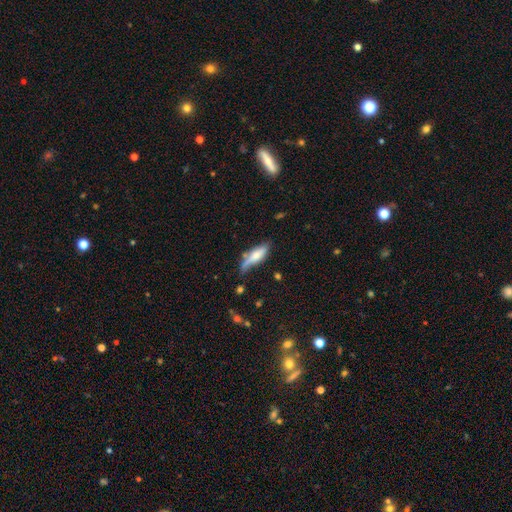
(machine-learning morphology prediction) smooth 63%, featured or disk 31%, star or artifact 7%. Down the decision tree: how rounded — cigar-shaped (55%); merging — none (50%).